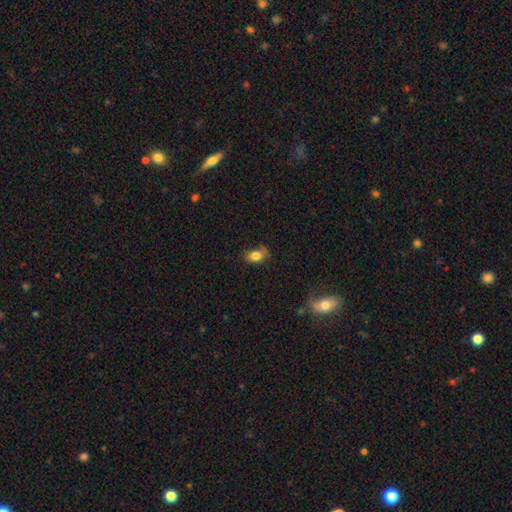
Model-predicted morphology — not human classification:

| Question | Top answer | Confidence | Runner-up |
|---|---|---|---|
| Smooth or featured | smooth | 79% | featured or disk (11%) |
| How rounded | in between | 81% | round (17%) |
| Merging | none | 55% | minor disturbance (29%) |